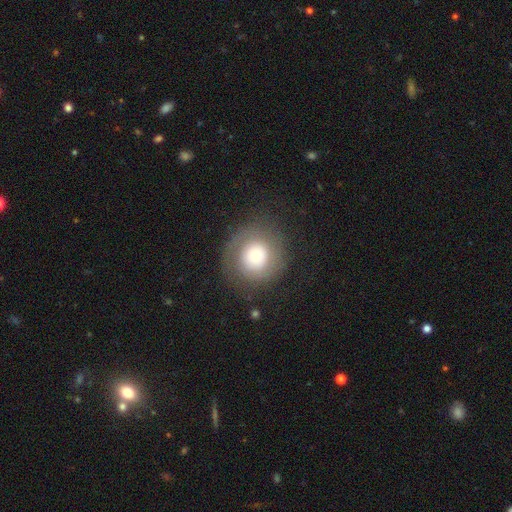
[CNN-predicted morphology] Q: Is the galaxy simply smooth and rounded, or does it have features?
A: smooth — 57%.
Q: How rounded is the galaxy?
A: round — 91%.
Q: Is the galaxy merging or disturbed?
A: none — 77%.